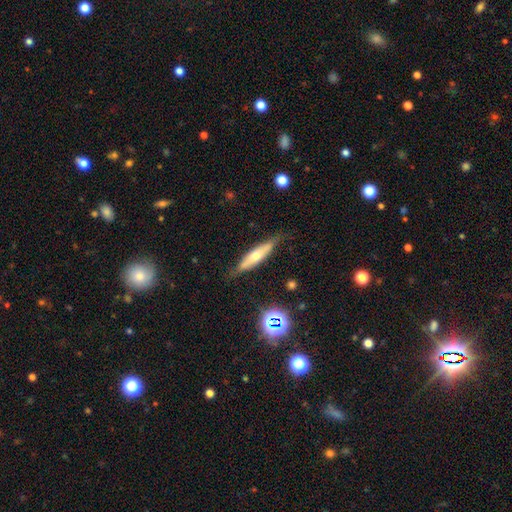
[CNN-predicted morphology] Overall: smooth (50%; featured or disk 42%). Merging: none (74%).